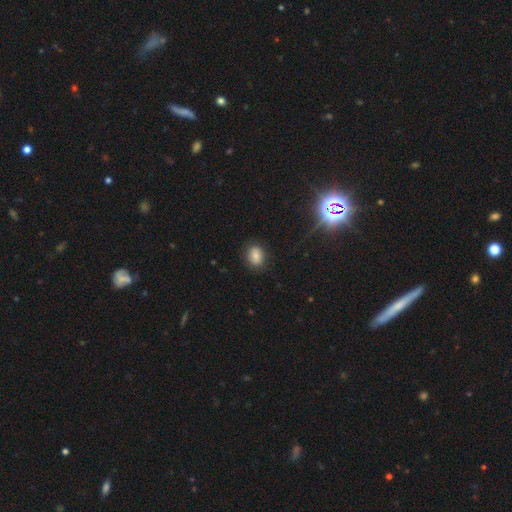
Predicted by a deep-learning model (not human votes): smooth-or-featured: smooth: 77% | star or artifact: 13% | featured or disk: 10%
  how-rounded: in between: 55% | round: 43% | cigar-shaped: 1%
  merging: none: 83% | minor disturbance: 12% | major disturbance: 4% | merger: 1%